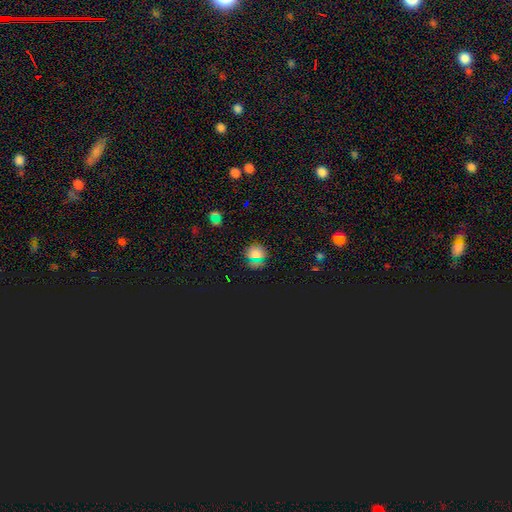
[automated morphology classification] Q: Smooth or featured?
A: smooth (52%); runner-up: star or artifact (41%)
Q: How rounded?
A: round (84%); runner-up: in between (14%)
Q: Merging?
A: none (82%); runner-up: minor disturbance (10%)